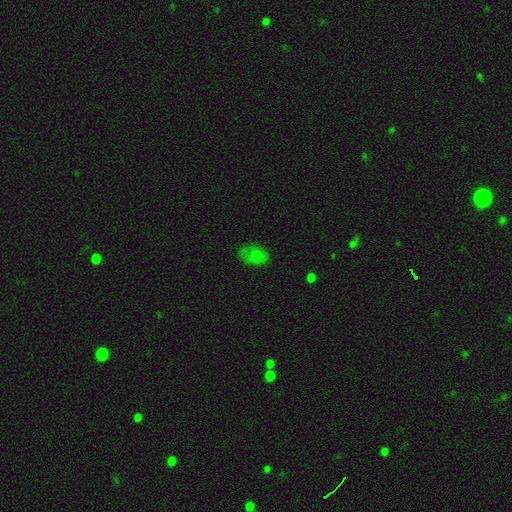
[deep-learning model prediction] Overall: smooth (74%). How rounded: in between (83%). Merging: none (66%).